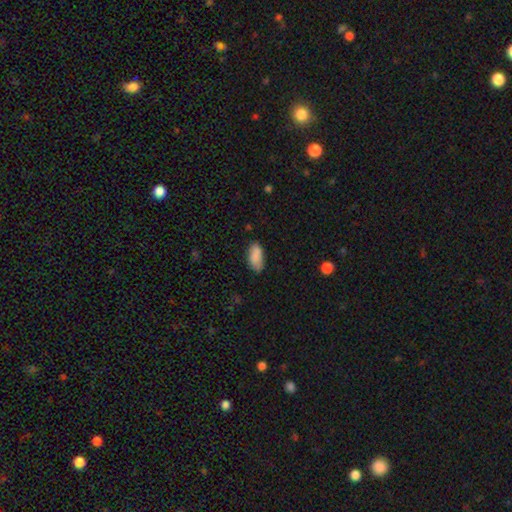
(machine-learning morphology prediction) Smooth or featured? smooth (85%)
How rounded? in between (90%)
Merging? none (69%)